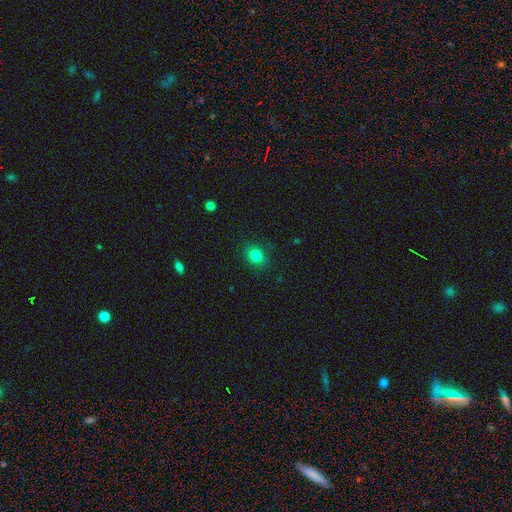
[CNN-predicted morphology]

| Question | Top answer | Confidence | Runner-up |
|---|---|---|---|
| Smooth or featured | smooth | 82% | star or artifact (12%) |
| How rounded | round | 64% | in between (35%) |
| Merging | none | 87% | minor disturbance (9%) |